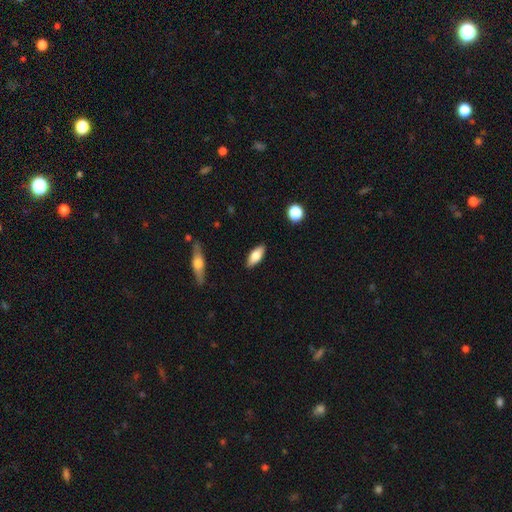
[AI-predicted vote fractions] The model was most divided on "smooth or featured": smooth: 74%, featured or disk: 19%, star or artifact: 7%. More confident: merging — none (87%); how rounded — in between (80%).